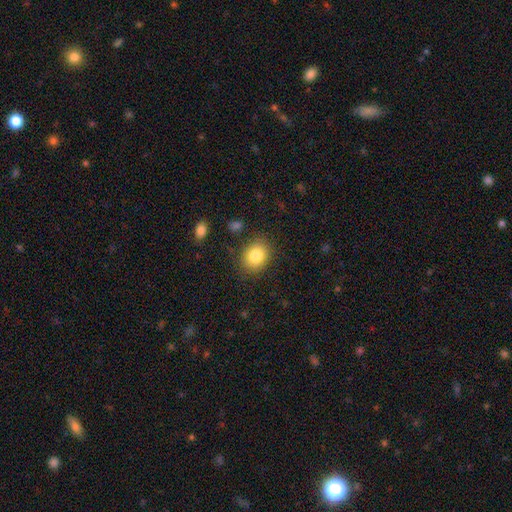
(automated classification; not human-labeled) Smooth or featured?
  - smooth: 83% *
  - star or artifact: 9%
  - featured or disk: 8%
How rounded?
  - round: 56% *
  - in between: 43%
  - cigar-shaped: 1%
Merging?
  - none: 83% *
  - minor disturbance: 11%
  - major disturbance: 4%
  - merger: 2%